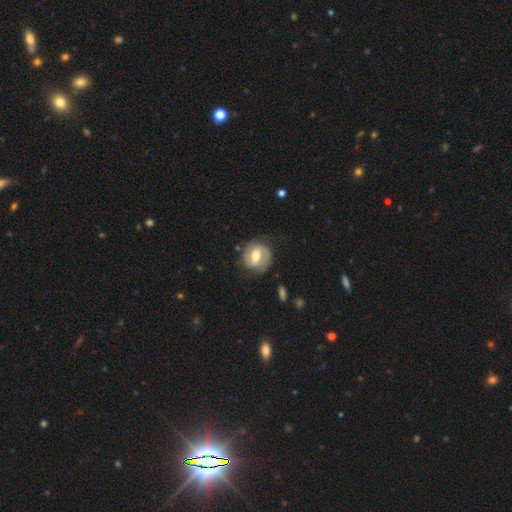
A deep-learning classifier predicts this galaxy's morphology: featured or disk 72%, smooth 23%, star or artifact 5%. Down the decision tree: edge-on disk — no (97%); bar — weak (46%); spiral arms — yes (85%); spiral arm count — 2 (81%); spiral winding — medium (43%); bulge size — moderate (70%); merging — none (76%).